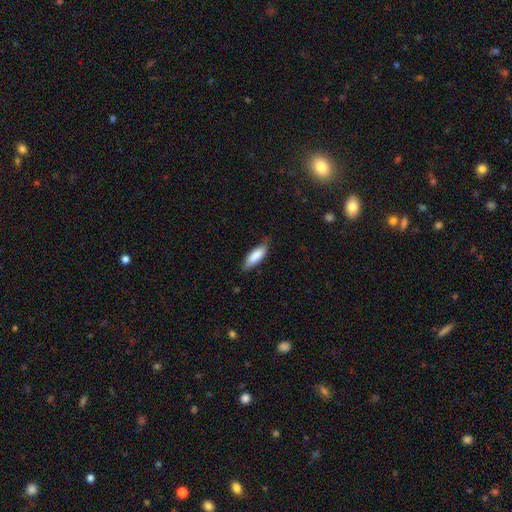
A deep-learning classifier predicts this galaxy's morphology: Smooth or featured: smooth — 84% (featured or disk — 10%)
How rounded: in between — 61% (cigar-shaped — 38%)
Merging: none — 75% (minor disturbance — 20%)